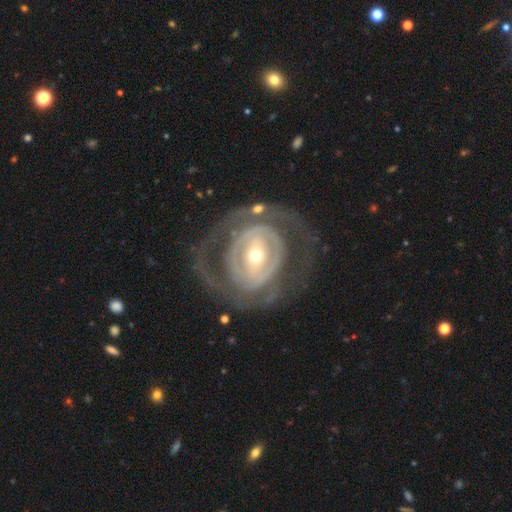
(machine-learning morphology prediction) The model was most divided on "bulge size": small: 49%, moderate: 45%, large: 4%, dominant: 1%, none: 1%. Remaining: edge-on disk — no (96%); smooth or featured — featured or disk (84%); spiral arms — yes (67%); merging — none (62%); spiral winding — tight (61%); spiral arm count — 2 (43%); bar — no (37%).